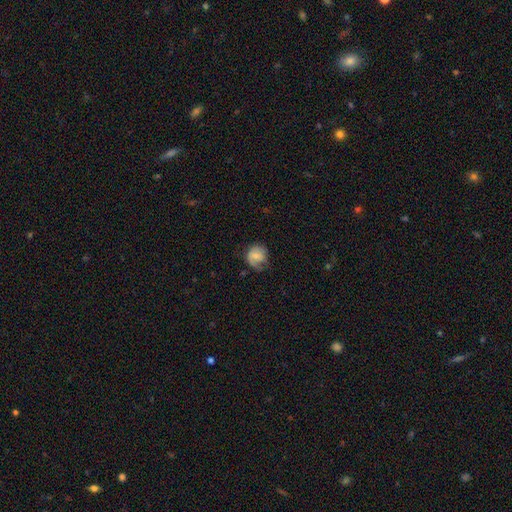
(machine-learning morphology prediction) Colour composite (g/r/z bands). It shows a smooth galaxy with no disk features (56%) that is round (73%). Merging: none (51%).